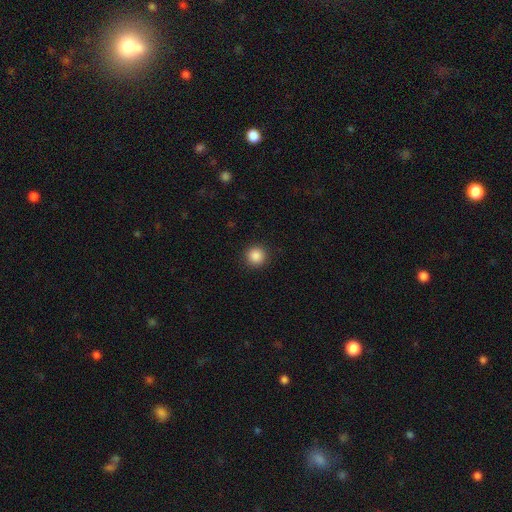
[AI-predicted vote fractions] Smooth or featured? smooth (87%)
How rounded? round (95%)
Merging? none (92%)